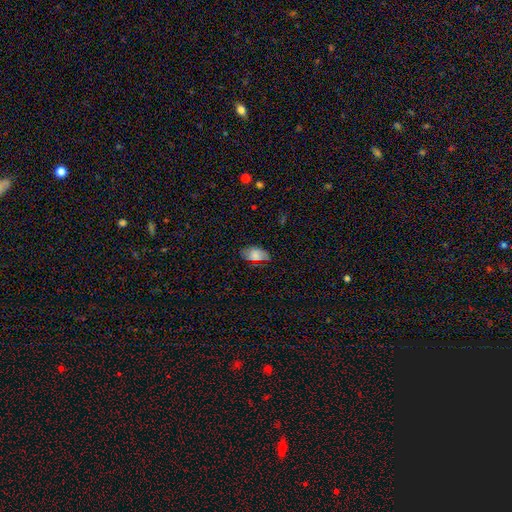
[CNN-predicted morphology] type=smooth (73%); roundness=in between (93%); merging=none (79%).